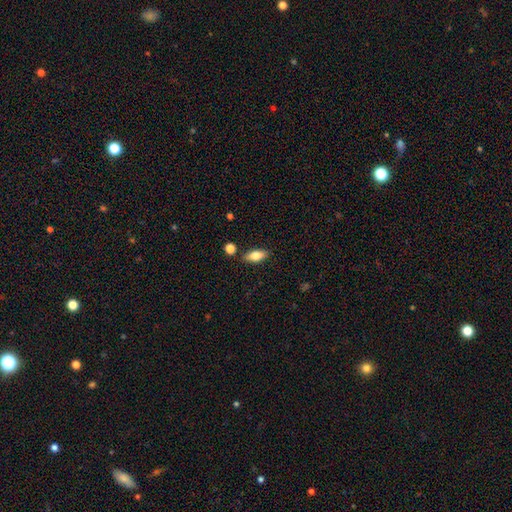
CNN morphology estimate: type=smooth (74%); roundness=in between (83%); merging=none (84%).